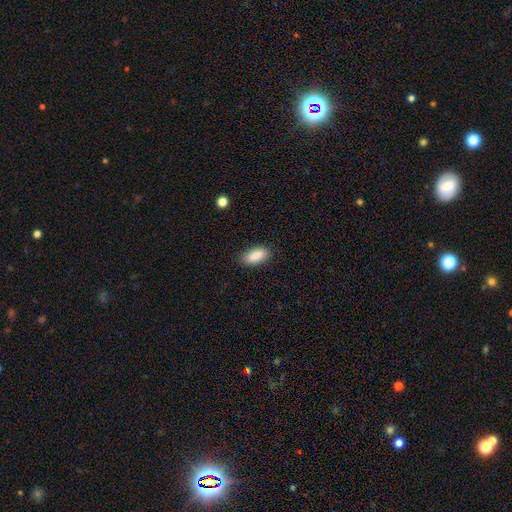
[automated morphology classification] The model was most divided on "merging": none: 85%, minor disturbance: 11%, major disturbance: 3%, merger: 1%. More confident: smooth or featured — smooth (88%); how rounded — in between (88%).